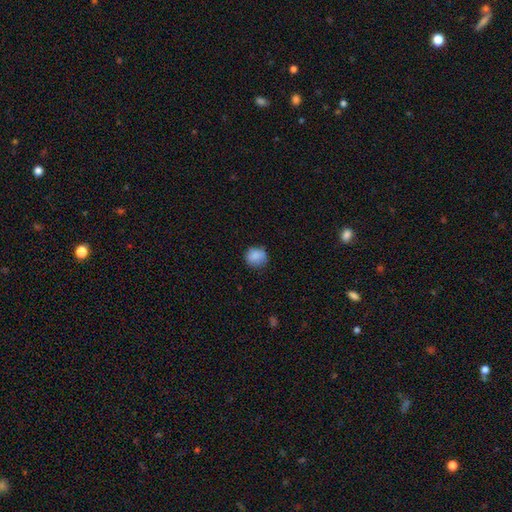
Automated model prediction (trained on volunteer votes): A smooth galaxy with no disk features (85%) that is round (81%). Merging: none (75%).